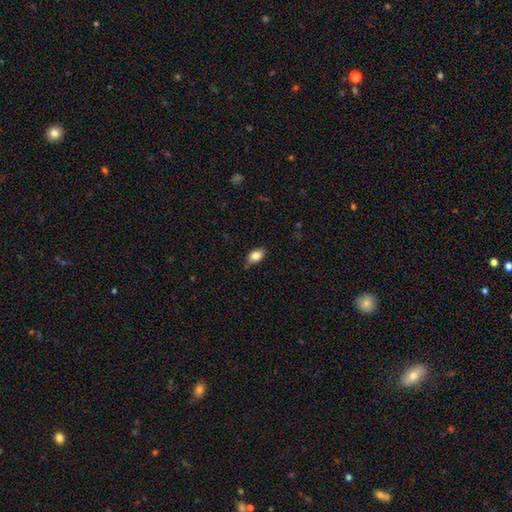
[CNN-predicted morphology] This is clearly a smooth galaxy (83%). How rounded: clearly in between (88%). Merging: clearly none (81%).